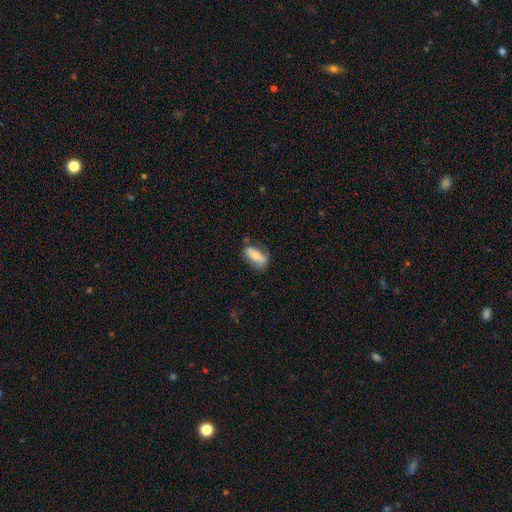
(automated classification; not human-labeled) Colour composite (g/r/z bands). It shows a smooth galaxy with no disk features (63%) that is in between round and cigar-shaped (69%). Merging: none (67%).